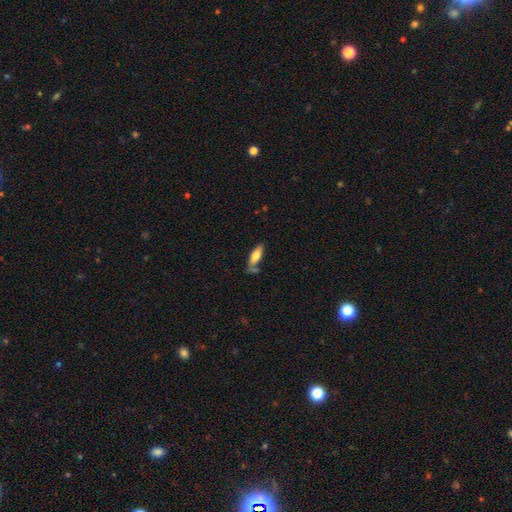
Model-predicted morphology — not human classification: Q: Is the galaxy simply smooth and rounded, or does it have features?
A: smooth — 67%.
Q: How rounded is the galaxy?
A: in between — 56%.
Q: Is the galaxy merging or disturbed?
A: none — 65%.